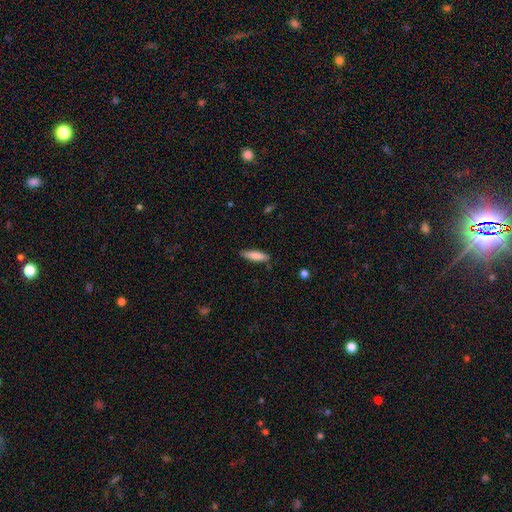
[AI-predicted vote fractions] smooth 82%, featured or disk 12%, star or artifact 6%. Down the decision tree: how rounded — cigar-shaped (72%); merging — none (84%).